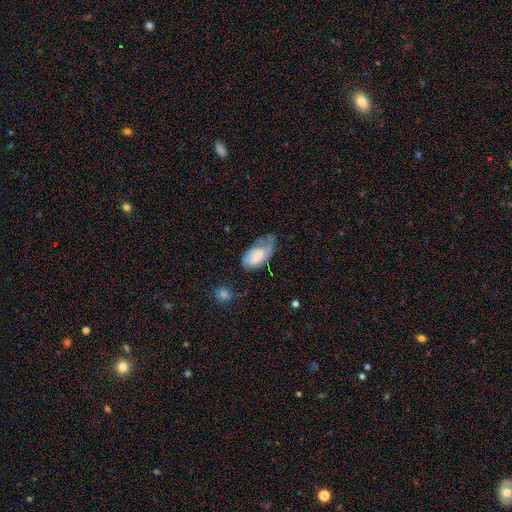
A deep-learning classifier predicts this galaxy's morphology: smooth_or_featured: smooth (p=0.49) [alt: featured or disk p=0.44]
merging: minor disturbance (p=0.36) [alt: none p=0.32]